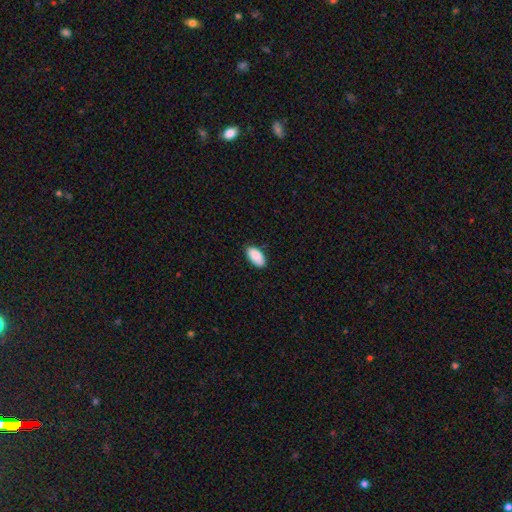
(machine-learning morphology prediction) Smooth or featured? Predicted: smooth (p=0.90). How rounded? Predicted: in between (p=0.94). Merging? Predicted: none (p=0.80).